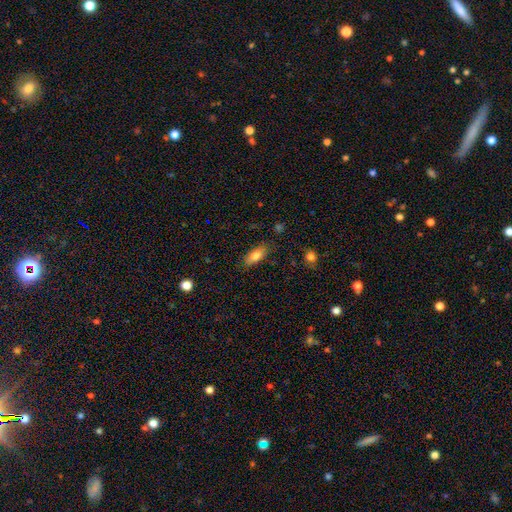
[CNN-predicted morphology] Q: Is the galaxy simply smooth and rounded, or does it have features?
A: smooth — 80%.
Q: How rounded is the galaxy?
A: in between — 78%.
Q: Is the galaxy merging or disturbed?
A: none — 82%.